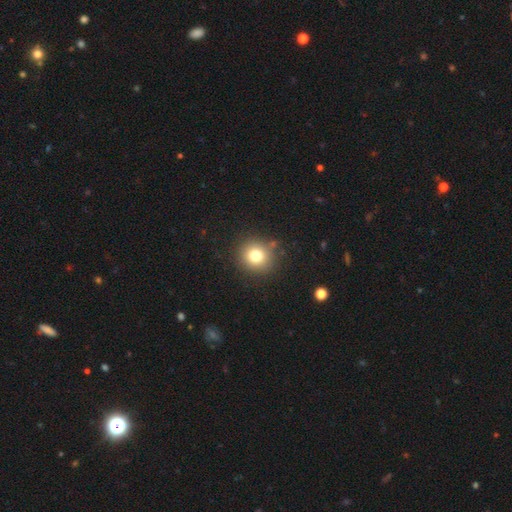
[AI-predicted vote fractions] A smooth galaxy with no disk features (77%) that is round (89%).

Vote fractions:
- Smooth or featured? smooth: 77% / star or artifact: 13% / featured or disk: 9%
- How rounded? round: 89% / in between: 10% / cigar-shaped: 1%
- Merging? none: 85% / minor disturbance: 9% / major disturbance: 3% / merger: 3%